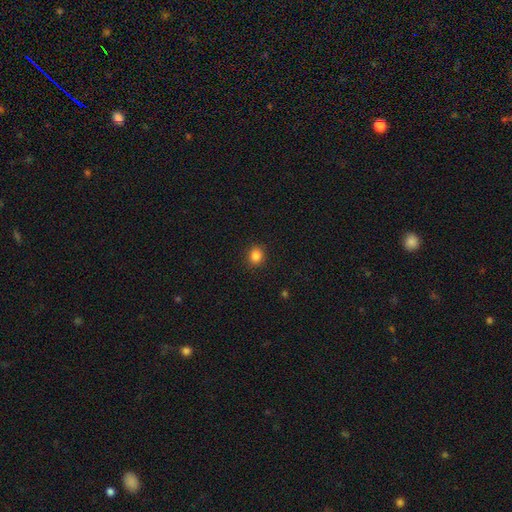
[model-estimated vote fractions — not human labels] A smooth galaxy with no disk features (85%) that is round (77%). Merging: none (91%).